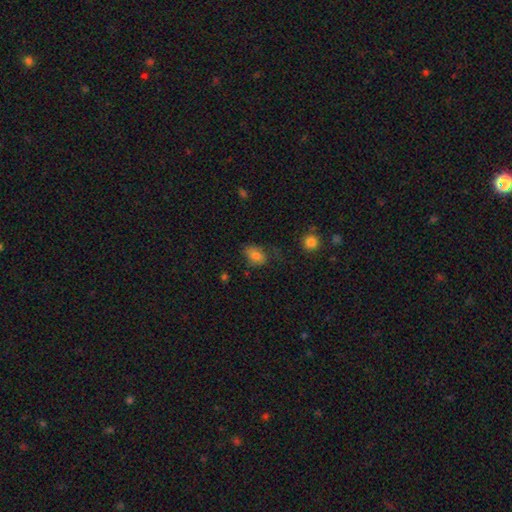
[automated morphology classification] A smooth galaxy with no disk features (76%) that is in between round and cigar-shaped (79%). Merging: none (58%).